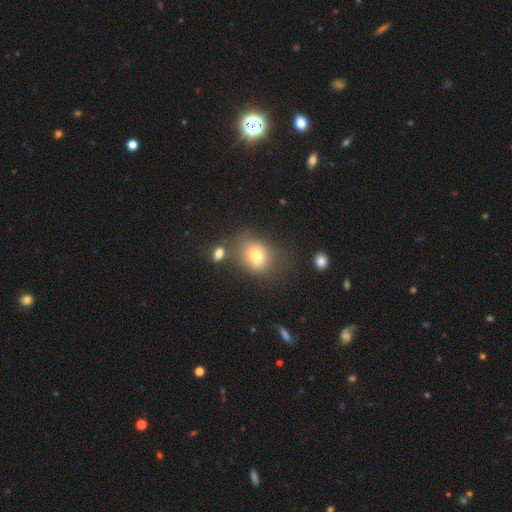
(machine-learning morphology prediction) Q: Smooth or featured?
A: smooth (73%); runner-up: featured or disk (14%)
Q: How rounded?
A: round (55%); runner-up: in between (44%)
Q: Merging?
A: none (61%); runner-up: minor disturbance (19%)